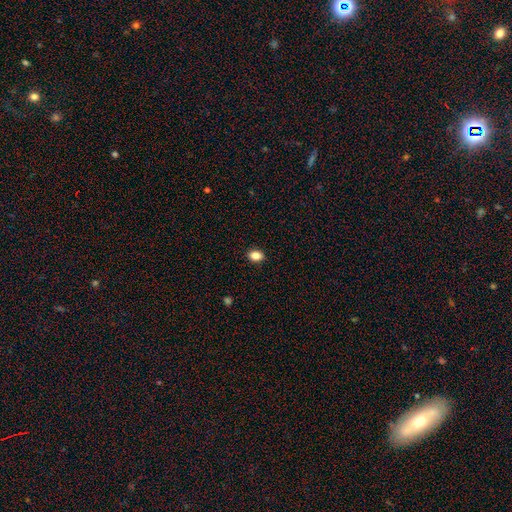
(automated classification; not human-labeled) Smooth or featured?
  - smooth: 86% *
  - star or artifact: 10%
  - featured or disk: 4%
How rounded?
  - in between: 73% *
  - round: 26%
  - cigar-shaped: 1%
Merging?
  - none: 90% *
  - minor disturbance: 7%
  - major disturbance: 2%
  - merger: 1%